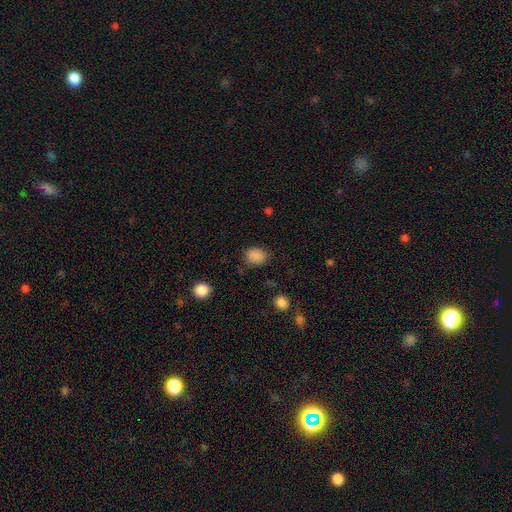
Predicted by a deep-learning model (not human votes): A smooth galaxy with no disk features (86%) that is in between round and cigar-shaped (54%). Merging: none (80%).